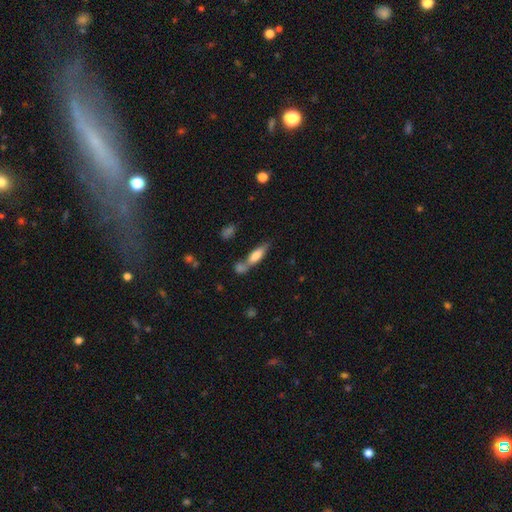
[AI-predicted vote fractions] smooth 69%, featured or disk 24%, star or artifact 8%. Down the decision tree: how rounded — cigar-shaped (52%); merging — none (48%).